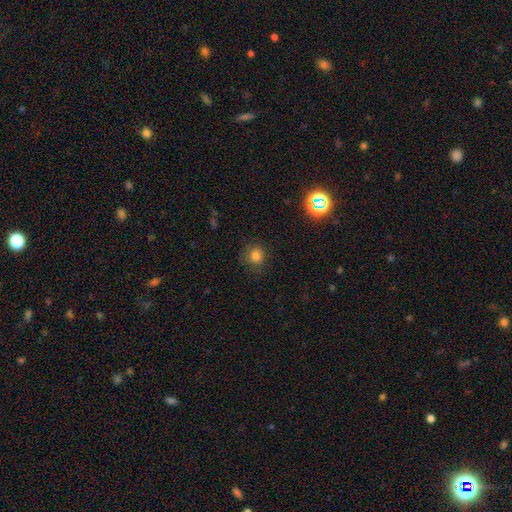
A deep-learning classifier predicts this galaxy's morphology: Smooth or featured?
  - smooth: 80% *
  - star or artifact: 15%
  - featured or disk: 5%
How rounded?
  - round: 88% *
  - in between: 11%
  - cigar-shaped: 1%
Merging?
  - none: 81% *
  - minor disturbance: 13%
  - major disturbance: 5%
  - merger: 1%